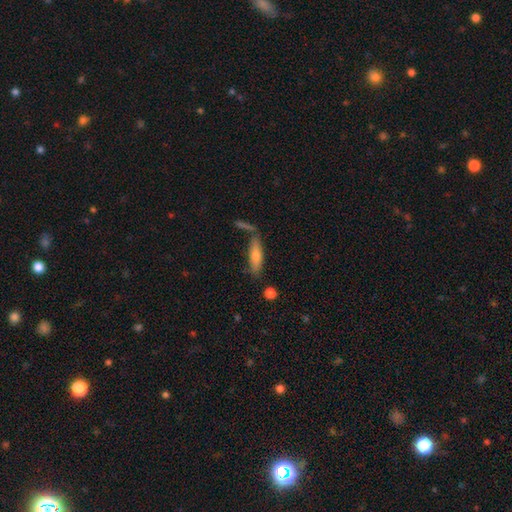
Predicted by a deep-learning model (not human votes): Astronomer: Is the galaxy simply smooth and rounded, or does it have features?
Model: smooth — 67%.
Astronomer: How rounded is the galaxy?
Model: cigar-shaped — 65%.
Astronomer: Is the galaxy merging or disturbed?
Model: none — 67%.